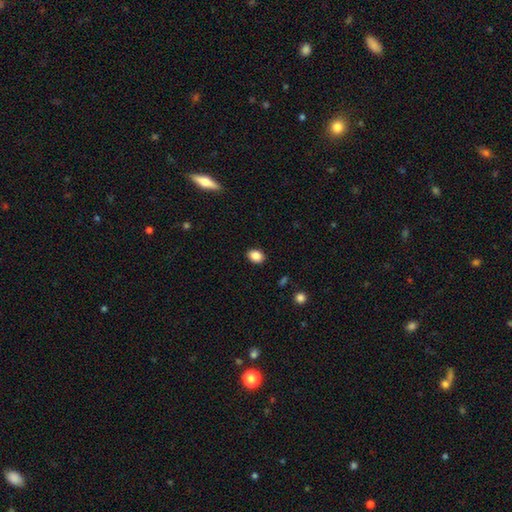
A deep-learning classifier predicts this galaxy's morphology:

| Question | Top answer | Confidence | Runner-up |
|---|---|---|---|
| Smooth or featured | smooth | 87% | star or artifact (9%) |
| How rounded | in between | 66% | round (33%) |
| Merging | none | 89% | minor disturbance (8%) |